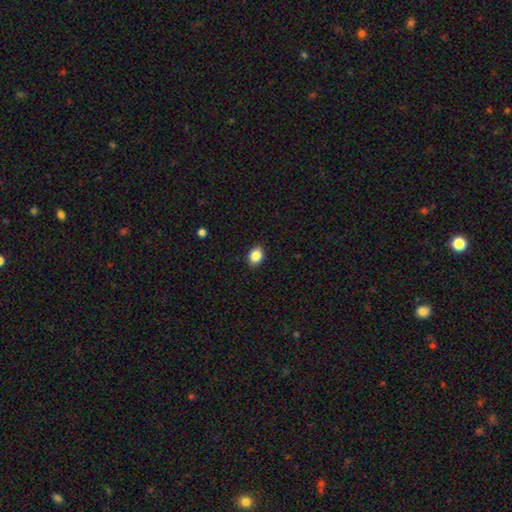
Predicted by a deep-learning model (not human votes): Smooth or featured? Predicted: smooth (p=0.87). How rounded? Predicted: in between (p=0.70). Merging? Predicted: none (p=0.88).